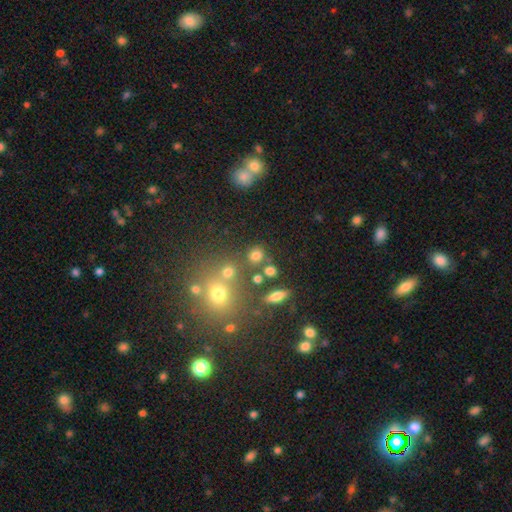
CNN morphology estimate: A smooth galaxy with no disk features (73%) that is round (76%).

Vote fractions:
- Smooth or featured? smooth: 73% / star or artifact: 17% / featured or disk: 10%
- How rounded? round: 76% / in between: 22% / cigar-shaped: 2%
- Merging? none: 69% / merger: 16% / minor disturbance: 10% / major disturbance: 5%